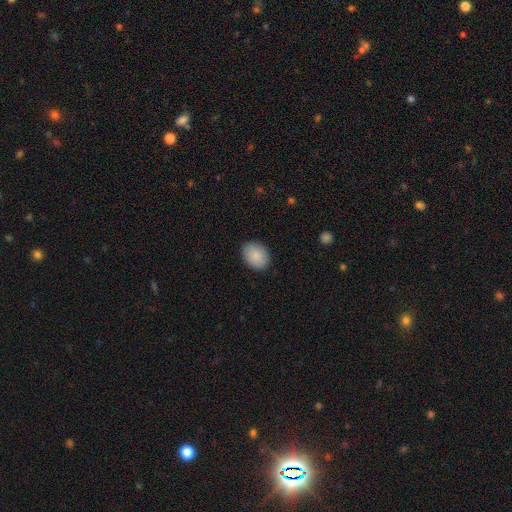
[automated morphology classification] A smooth galaxy with no disk features (89%) that is in between round and cigar-shaped (60%).

Vote fractions:
- Smooth or featured? smooth: 89% / star or artifact: 7% / featured or disk: 4%
- How rounded? in between: 60% / round: 39% / cigar-shaped: 1%
- Merging? none: 88% / minor disturbance: 9% / major disturbance: 2% / merger: 1%